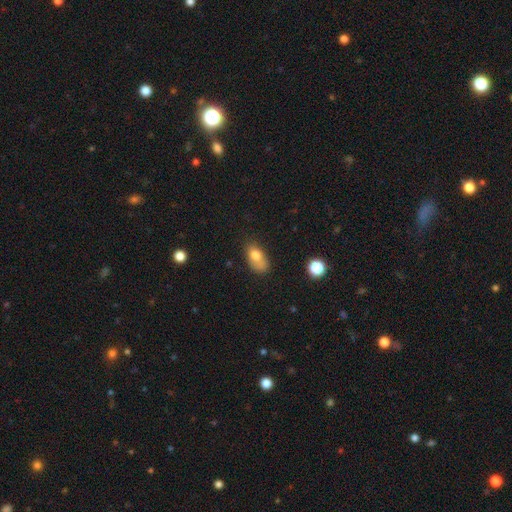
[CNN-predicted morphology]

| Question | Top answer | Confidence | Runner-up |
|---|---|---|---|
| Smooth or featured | smooth | 75% | featured or disk (15%) |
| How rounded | in between | 86% | round (11%) |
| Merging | none | 41% | minor disturbance (33%) |